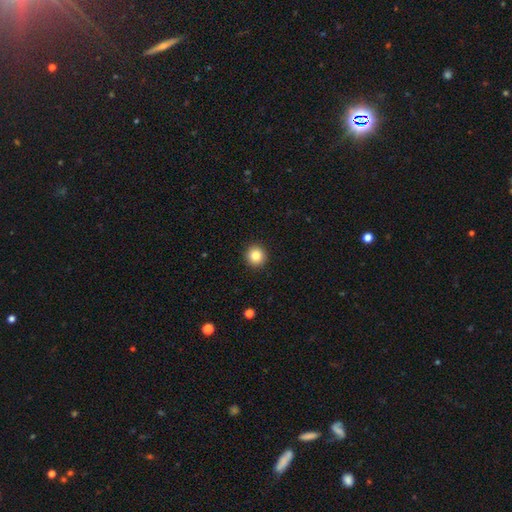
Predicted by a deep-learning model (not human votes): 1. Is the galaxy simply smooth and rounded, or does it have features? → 85% smooth, 10% star or artifact, 5% featured or disk.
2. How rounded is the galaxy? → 93% round, 6% in between, 1% cigar-shaped.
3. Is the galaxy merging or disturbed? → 93% none, 5% minor disturbance, 2% major disturbance, 1% merger.